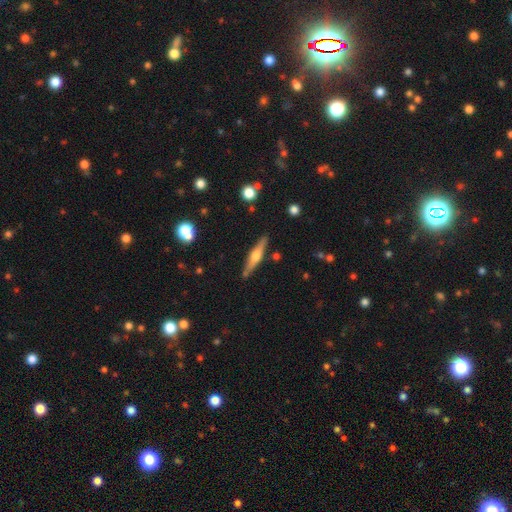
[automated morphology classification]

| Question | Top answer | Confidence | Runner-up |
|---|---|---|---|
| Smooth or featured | featured or disk | 63% | smooth (30%) |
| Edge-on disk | yes | 96% | no (4%) |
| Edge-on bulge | rounded | 89% | boxy (7%) |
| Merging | none | 86% | minor disturbance (10%) |